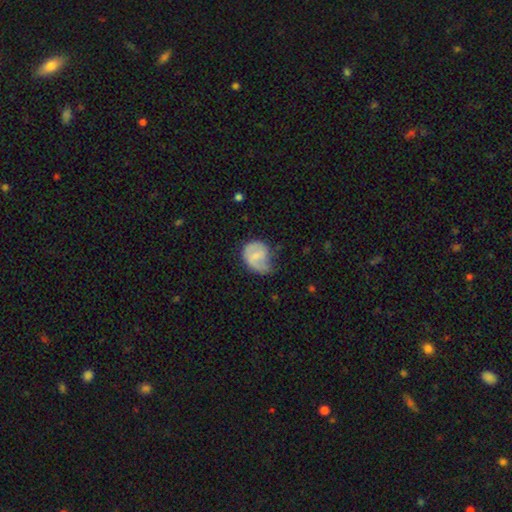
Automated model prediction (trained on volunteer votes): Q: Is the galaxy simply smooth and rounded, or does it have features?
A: smooth — 59%.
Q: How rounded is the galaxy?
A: round — 59%.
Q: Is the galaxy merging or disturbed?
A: minor disturbance — 41%.